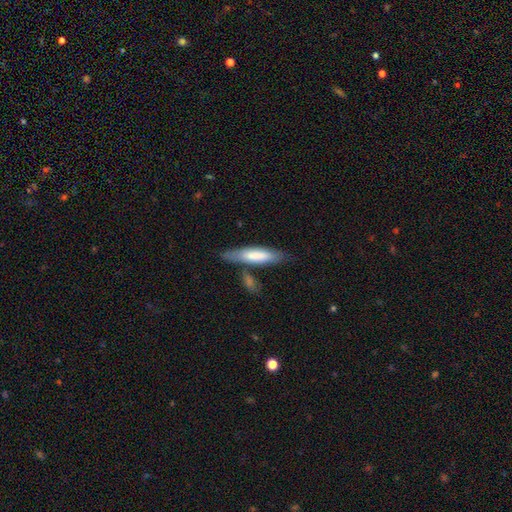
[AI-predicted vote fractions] Smooth or featured?
  - smooth: 70% *
  - featured or disk: 24%
  - star or artifact: 5%
How rounded?
  - cigar-shaped: 74% *
  - in between: 25%
  - round: 1%
Merging?
  - none: 65% *
  - minor disturbance: 17%
  - merger: 14%
  - major disturbance: 5%